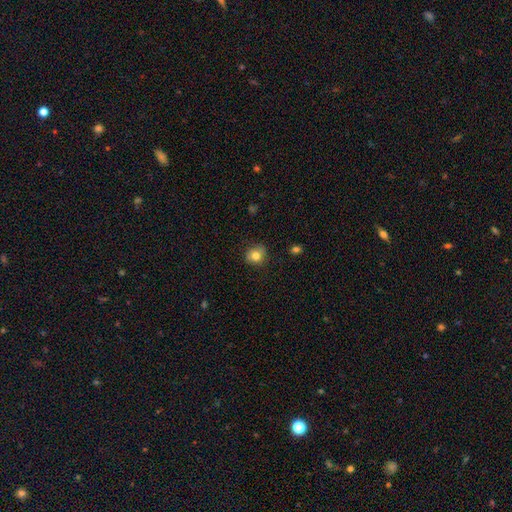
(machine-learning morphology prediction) This appears to be a smooth galaxy with no disk features (80%) that is round (79%). Merging: none (80%).